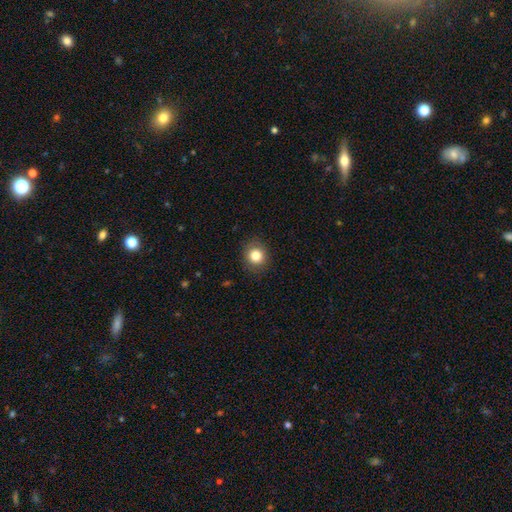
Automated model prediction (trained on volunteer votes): Overall: smooth (82%). How rounded: round (79%). Merging: none (87%).